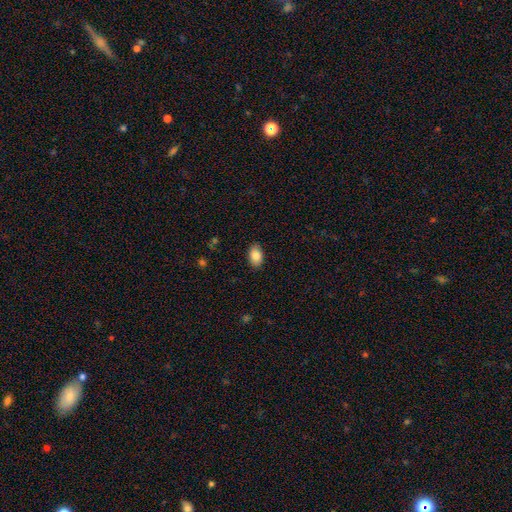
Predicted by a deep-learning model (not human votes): The model was most divided on "merging": none: 88%, minor disturbance: 9%, major disturbance: 2%, merger: 1%. More confident: how rounded — in between (89%); smooth or featured — smooth (87%).